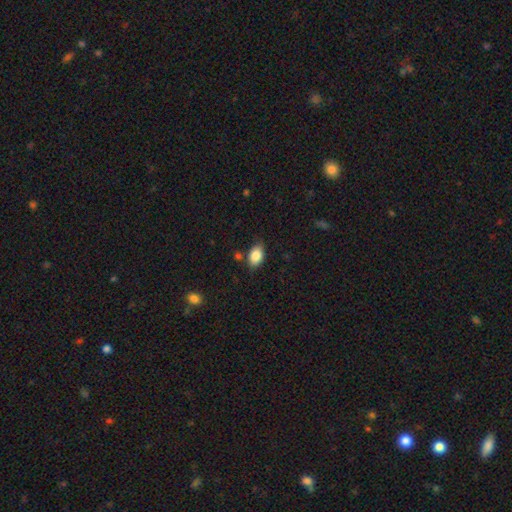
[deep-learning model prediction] A smooth galaxy with no disk features (86%) that is in between round and cigar-shaped (87%).

Vote fractions:
- Smooth or featured? smooth: 86% / star or artifact: 8% / featured or disk: 7%
- How rounded? in between: 87% / round: 11% / cigar-shaped: 2%
- Merging? none: 77% / minor disturbance: 16% / merger: 4% / major disturbance: 3%